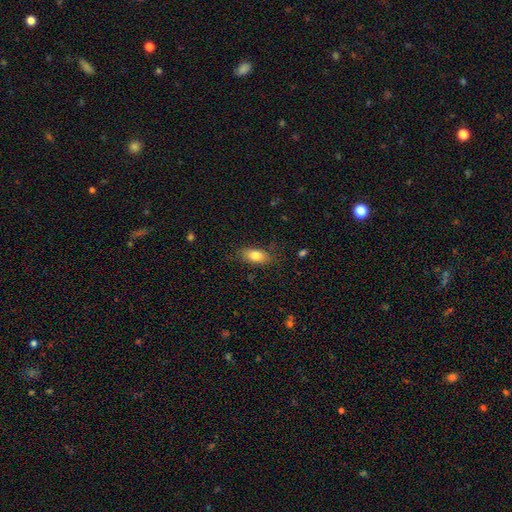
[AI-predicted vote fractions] Q: Smooth or featured?
A: smooth (79%); runner-up: featured or disk (13%)
Q: How rounded?
A: in between (84%); runner-up: cigar-shaped (9%)
Q: Merging?
A: none (82%); runner-up: minor disturbance (14%)